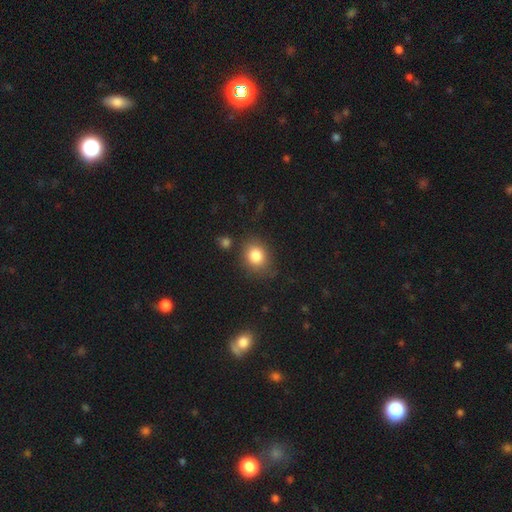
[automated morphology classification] Smooth or featured?
  - smooth: 82% *
  - star or artifact: 10%
  - featured or disk: 7%
How rounded?
  - round: 60% *
  - in between: 39%
  - cigar-shaped: 1%
Merging?
  - none: 78% *
  - minor disturbance: 14%
  - major disturbance: 4%
  - merger: 4%